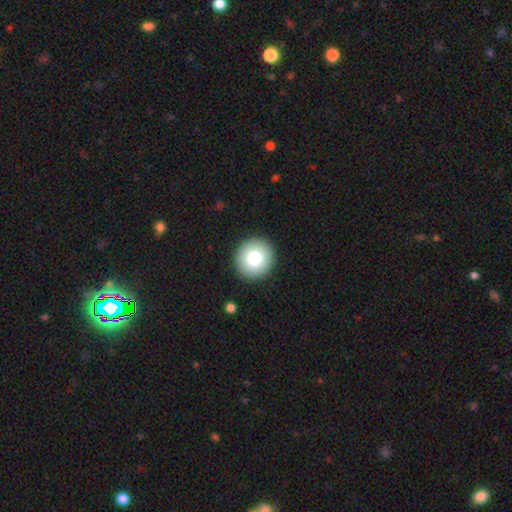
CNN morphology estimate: Smooth or featured? Predicted: smooth (p=0.82). How rounded? Predicted: round (p=0.93). Merging? Predicted: none (p=0.92).